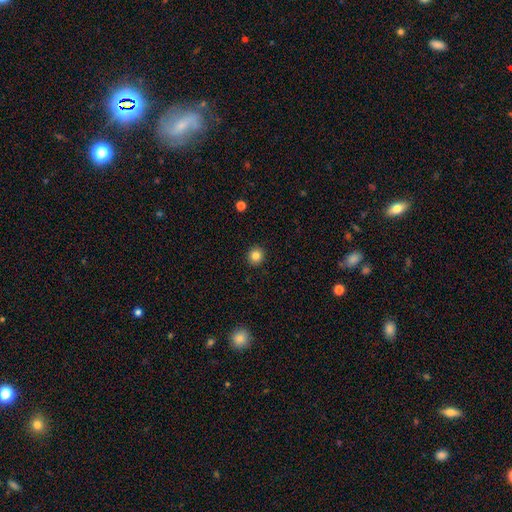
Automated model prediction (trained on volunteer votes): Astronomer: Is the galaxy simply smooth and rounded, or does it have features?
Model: smooth — 83%.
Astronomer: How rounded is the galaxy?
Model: round — 92%.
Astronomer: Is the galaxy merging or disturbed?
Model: none — 93%.